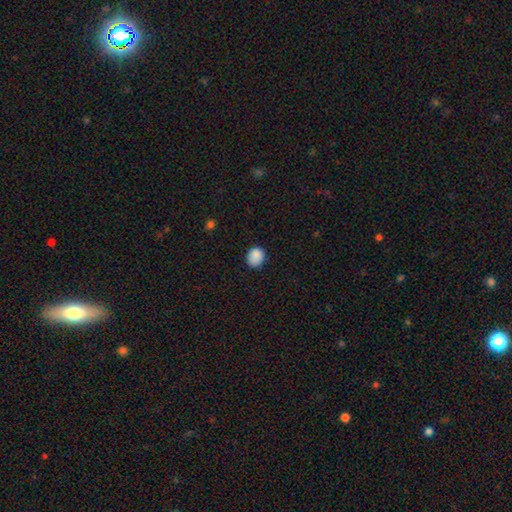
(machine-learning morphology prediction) smooth 87%, star or artifact 9%, featured or disk 3%. Down the decision tree: how rounded — round (72%); merging — none (79%).